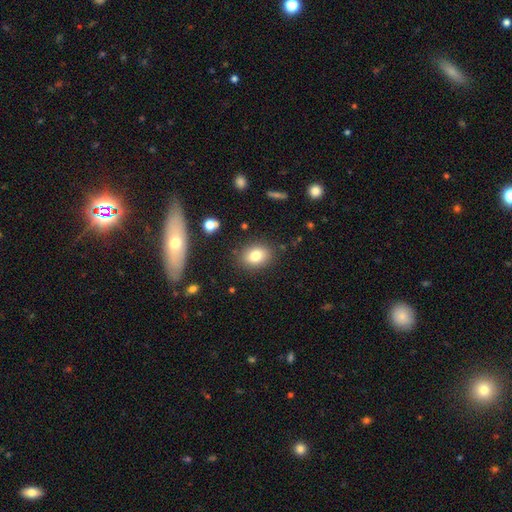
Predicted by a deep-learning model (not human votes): Q: Smooth or featured?
A: smooth (79%); runner-up: star or artifact (11%)
Q: How rounded?
A: in between (59%); runner-up: round (40%)
Q: Merging?
A: none (85%); runner-up: minor disturbance (10%)